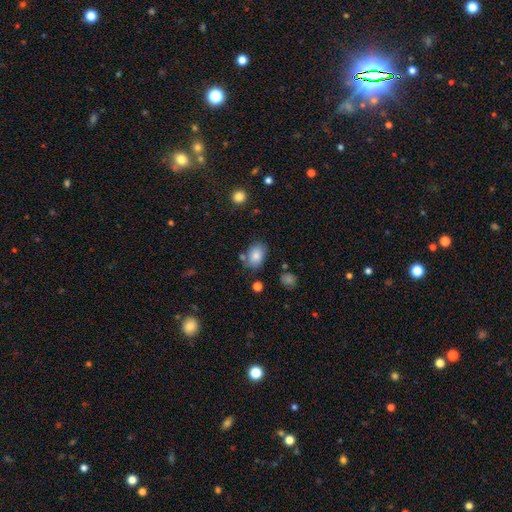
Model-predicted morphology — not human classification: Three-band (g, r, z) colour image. It shows a smooth galaxy with no disk features (83%) that is in between round and cigar-shaped (80%). Merging: none (71%).